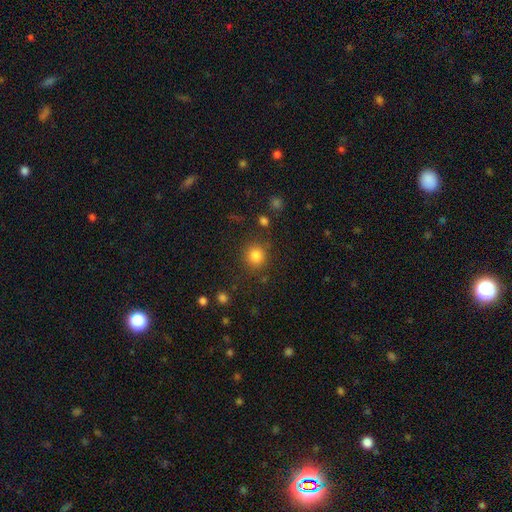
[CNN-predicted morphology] smooth 83%, star or artifact 11%, featured or disk 5%. Down the decision tree: how rounded — round (91%); merging — none (85%).